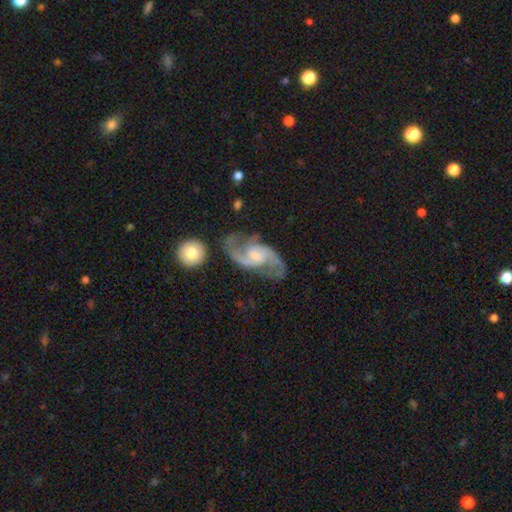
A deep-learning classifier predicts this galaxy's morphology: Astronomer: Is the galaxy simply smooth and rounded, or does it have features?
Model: featured or disk — 91%.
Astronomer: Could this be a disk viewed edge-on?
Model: no — 97%.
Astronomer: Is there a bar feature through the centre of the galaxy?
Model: weak — 47% (runner-up: no, 41%).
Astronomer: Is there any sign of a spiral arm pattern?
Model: yes — 98%.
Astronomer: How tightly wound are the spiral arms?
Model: medium — 53% (runner-up: loose, 35%).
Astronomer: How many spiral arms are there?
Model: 2 — 93%.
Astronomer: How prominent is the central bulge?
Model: small — 47% (runner-up: moderate, 36%).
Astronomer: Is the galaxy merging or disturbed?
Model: none — 72%.